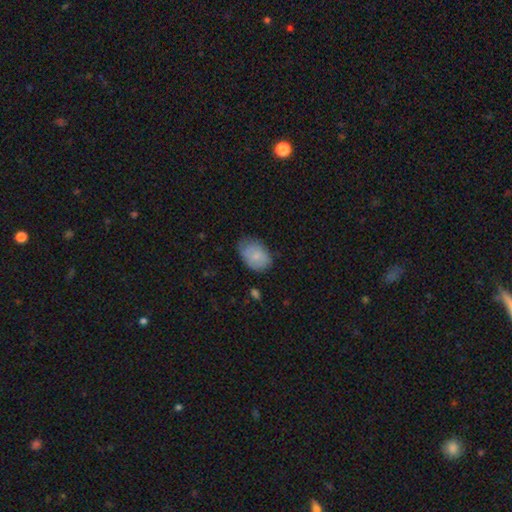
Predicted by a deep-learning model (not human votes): smooth_or_featured: smooth (p=0.81) [alt: featured or disk p=0.12]
how_rounded: in between (p=0.83) [alt: round p=0.16]
merging: none (p=0.58) [alt: minor disturbance p=0.33]